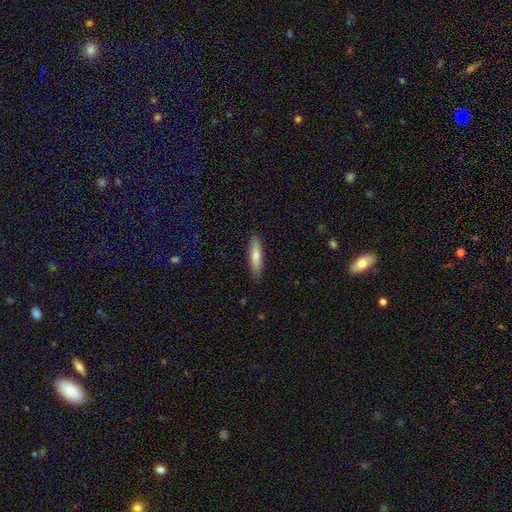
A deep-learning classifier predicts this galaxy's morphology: A smooth galaxy with no disk features (76%) that is cigar-shaped (68%).

Vote fractions:
- Smooth or featured? smooth: 76% / featured or disk: 18% / star or artifact: 6%
- How rounded? cigar-shaped: 68% / in between: 31% / round: 2%
- Merging? none: 88% / minor disturbance: 9% / major disturbance: 2% / merger: 1%